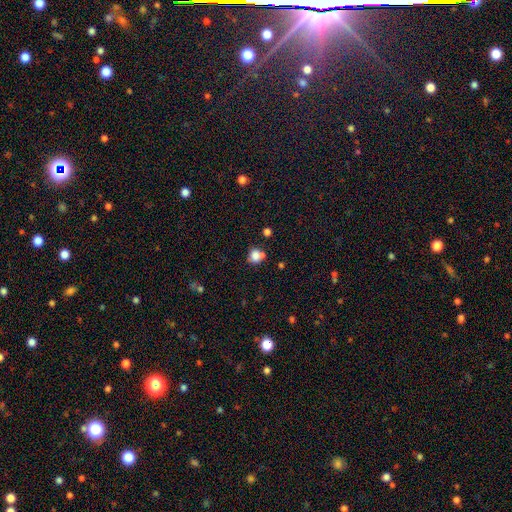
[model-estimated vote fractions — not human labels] Smooth or featured? smooth (77%)
How rounded? round (76%)
Merging? none (52%)